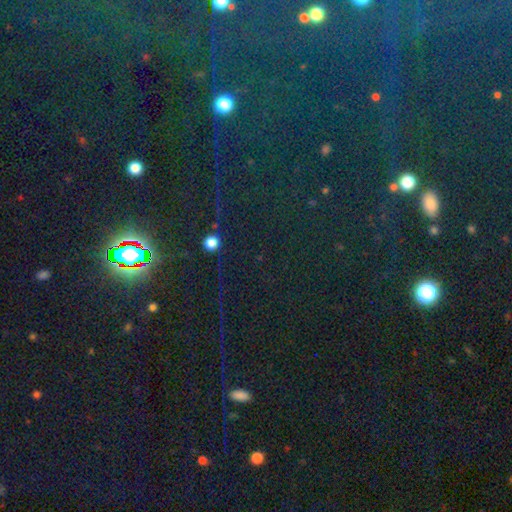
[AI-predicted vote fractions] A star or artifact, not a galaxy (81%).

Vote fractions:
- Smooth or featured? star or artifact: 81% / smooth: 11% / featured or disk: 8%